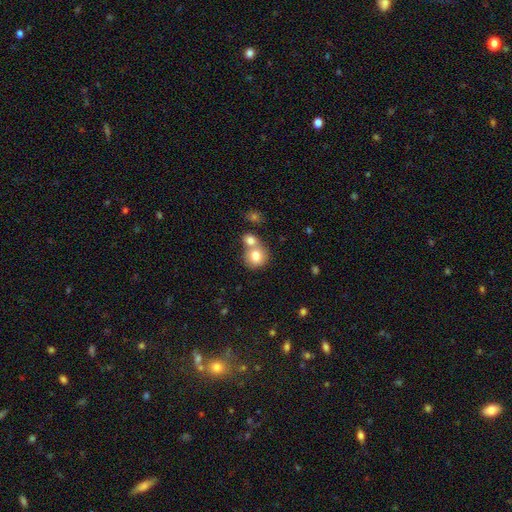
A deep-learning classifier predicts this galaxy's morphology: The model was most divided on "merging": merger: 48%, none: 41%, minor disturbance: 8%, major disturbance: 3%. More confident: how rounded — round (81%); smooth or featured — smooth (78%).